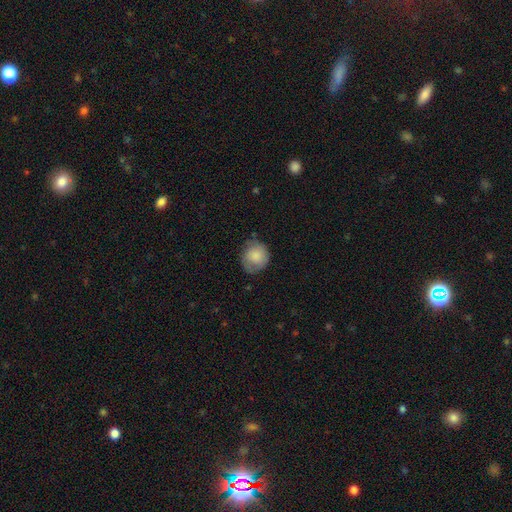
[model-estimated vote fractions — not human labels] The model was most divided on "merging": none: 66%, minor disturbance: 27%, major disturbance: 6%, merger: 1%. More confident: smooth or featured — smooth (81%); how rounded — round (78%).